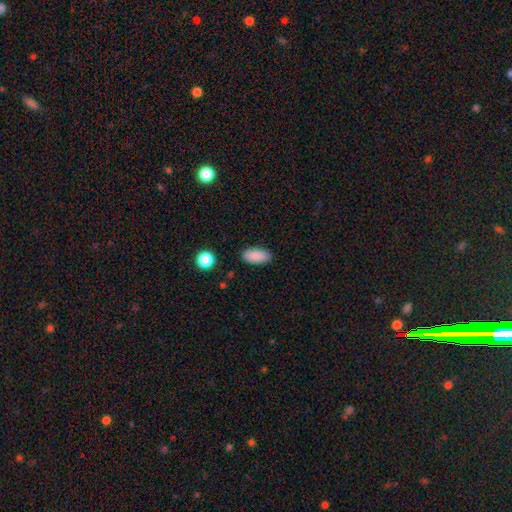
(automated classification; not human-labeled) This is clearly a smooth galaxy (88%). How rounded: clearly in between (90%). Merging: clearly none (87%).